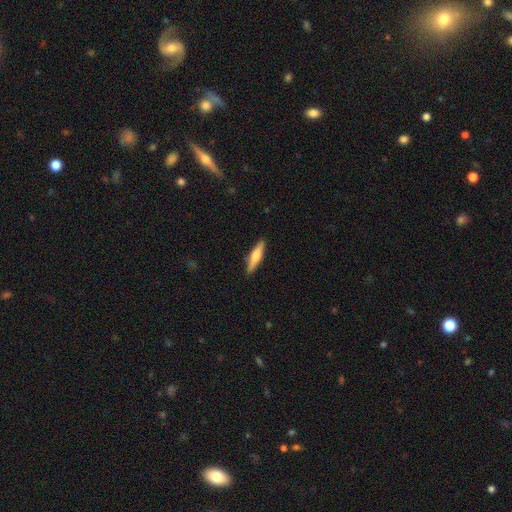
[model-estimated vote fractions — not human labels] smooth_or_featured: smooth (p=0.49) [alt: featured or disk p=0.45]
merging: none (p=0.88) [alt: minor disturbance p=0.09]